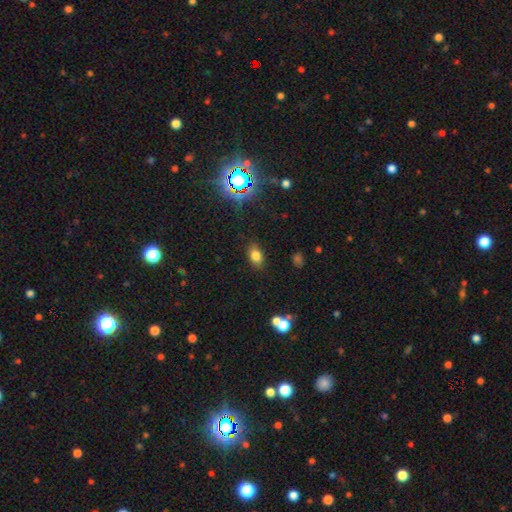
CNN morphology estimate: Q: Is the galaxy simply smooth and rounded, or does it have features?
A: smooth — 78%.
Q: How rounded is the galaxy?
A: in between — 81%.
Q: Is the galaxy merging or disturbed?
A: none — 84%.